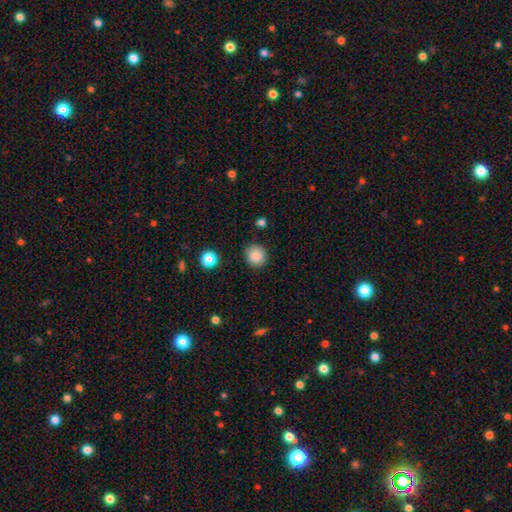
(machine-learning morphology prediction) A smooth galaxy with no disk features (87%) that is round (90%).

Vote fractions:
- Smooth or featured? smooth: 87% / star or artifact: 9% / featured or disk: 4%
- How rounded? round: 90% / in between: 9% / cigar-shaped: 1%
- Merging? none: 89% / minor disturbance: 7% / major disturbance: 2% / merger: 2%